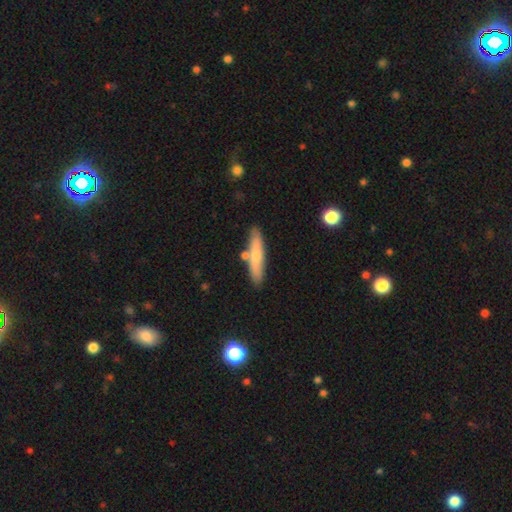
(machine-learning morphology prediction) Smooth or featured? Predicted: smooth (p=0.64). How rounded? Predicted: cigar-shaped (p=0.82). Merging? Predicted: none (p=0.78).